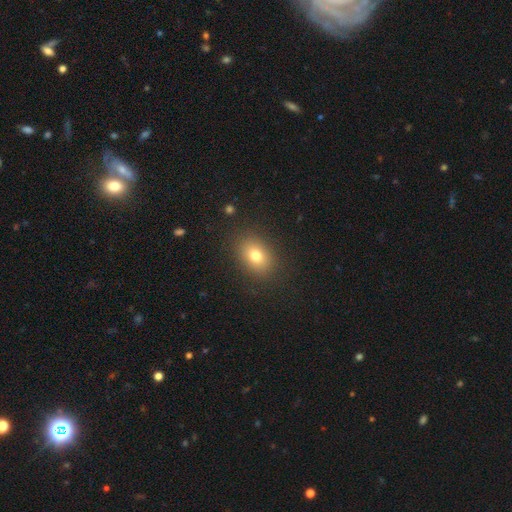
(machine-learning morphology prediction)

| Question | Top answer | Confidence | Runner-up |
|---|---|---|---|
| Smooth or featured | smooth | 77% | star or artifact (12%) |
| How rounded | in between | 68% | round (31%) |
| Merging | none | 87% | minor disturbance (9%) |